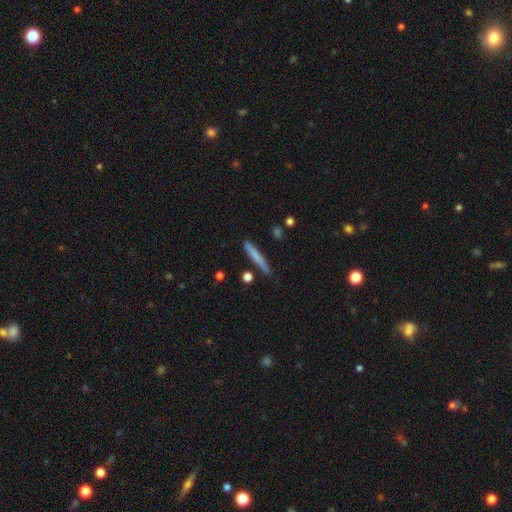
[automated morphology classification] The model was most divided on "smooth or featured": smooth: 71%, featured or disk: 22%, star or artifact: 7%. More confident: how rounded — cigar-shaped (94%); merging — none (81%).